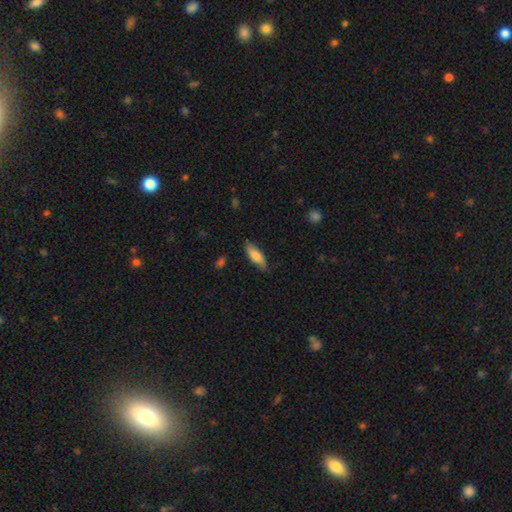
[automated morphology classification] A smooth galaxy with no disk features (81%) that is in between round and cigar-shaped (69%). Merging: none (79%).